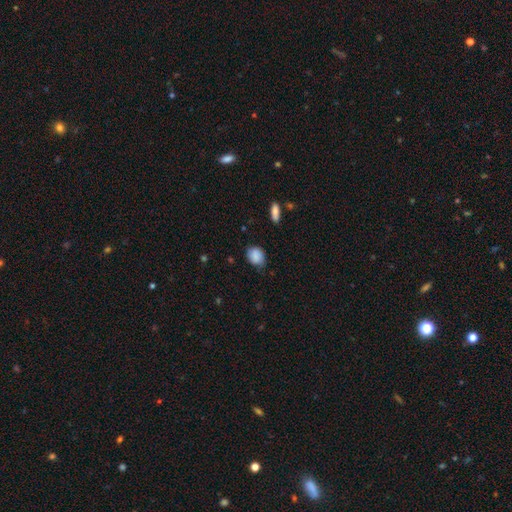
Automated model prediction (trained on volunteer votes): Morphology: type=smooth (85%); roundness=round (51%); merging=none (66%).